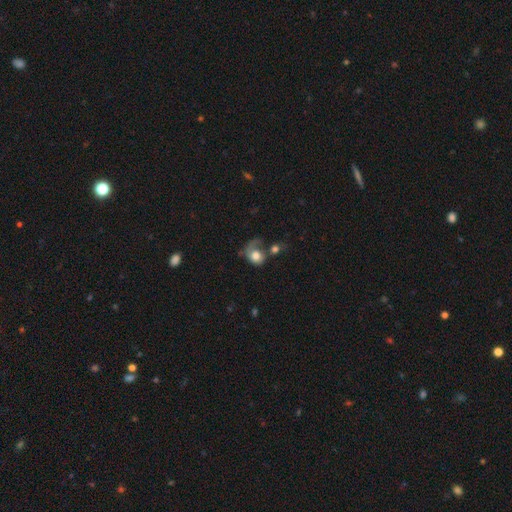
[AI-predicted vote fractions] The model was most divided on "merging": major disturbance: 38%, merger: 24%, none: 24%, minor disturbance: 15%. More confident: how rounded — round (59%); smooth or featured — smooth (55%).